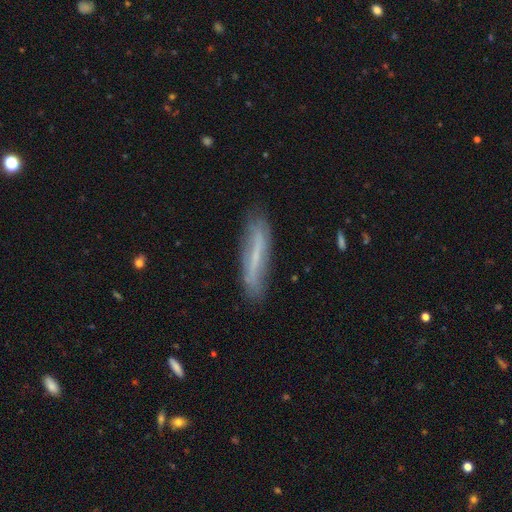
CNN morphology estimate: Smooth or featured?
  - featured or disk: 51% *
  - smooth: 41%
  - star or artifact: 8%
Edge-on disk?
  - yes: 55% *
  - no: 45%
Merging?
  - none: 79% *
  - minor disturbance: 15%
  - major disturbance: 4%
  - merger: 2%